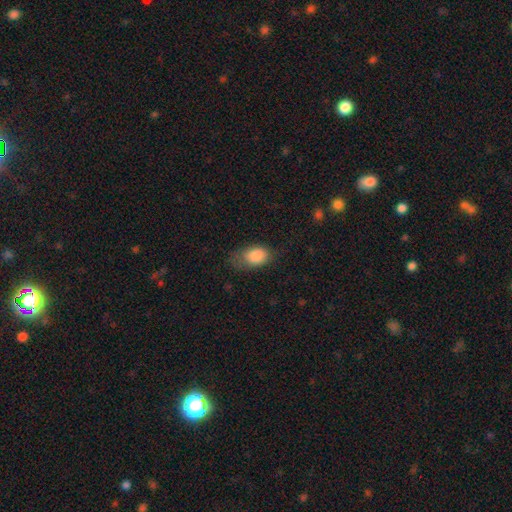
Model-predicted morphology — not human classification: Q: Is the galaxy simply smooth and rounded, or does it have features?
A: smooth — 86%.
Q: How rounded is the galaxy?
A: in between — 86%.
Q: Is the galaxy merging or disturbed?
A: none — 54%.